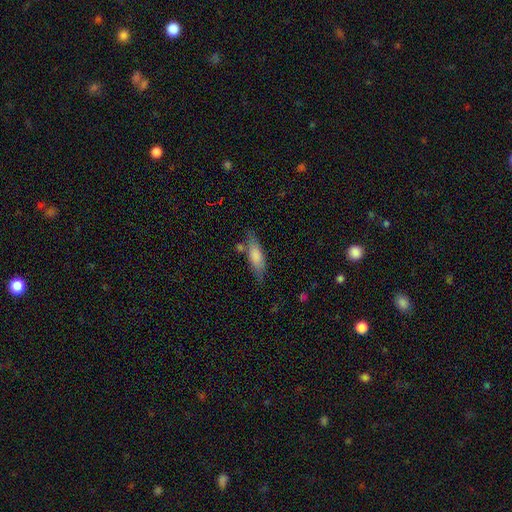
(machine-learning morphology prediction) smooth_or_featured: smooth (p=0.76) [alt: featured or disk p=0.18]
how_rounded: in between (p=0.51) [alt: cigar-shaped p=0.47]
merging: none (p=0.66) [alt: minor disturbance p=0.20]